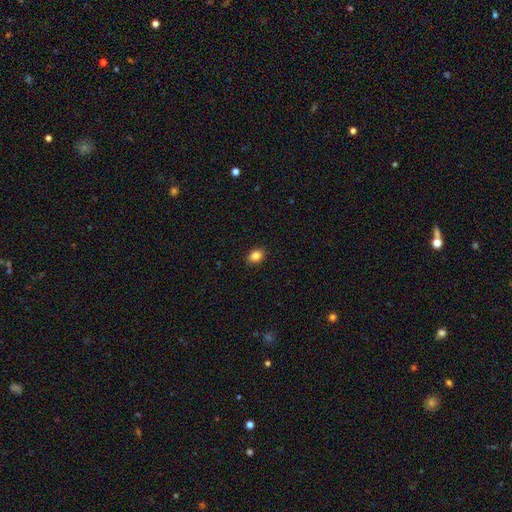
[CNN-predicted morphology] A smooth galaxy with no disk features (84%) that is in between round and cigar-shaped (61%).

Vote fractions:
- Smooth or featured? smooth: 84% / star or artifact: 10% / featured or disk: 5%
- How rounded? in between: 61% / round: 38% / cigar-shaped: 1%
- Merging? none: 90% / minor disturbance: 7% / major disturbance: 2% / merger: 1%